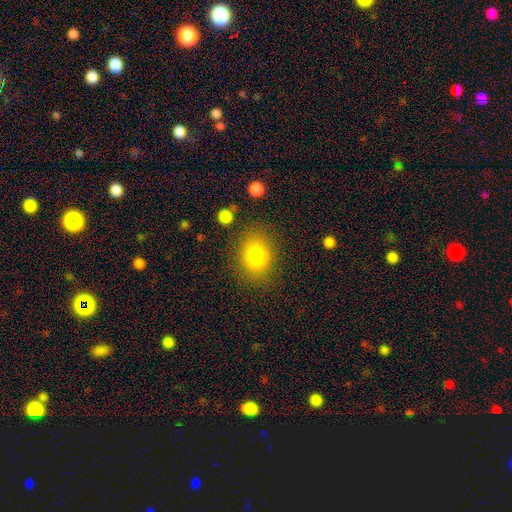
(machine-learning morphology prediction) Smooth or featured: smooth — 82% (star or artifact — 10%)
How rounded: in between — 55% (round — 44%)
Merging: none — 82% (minor disturbance — 11%)